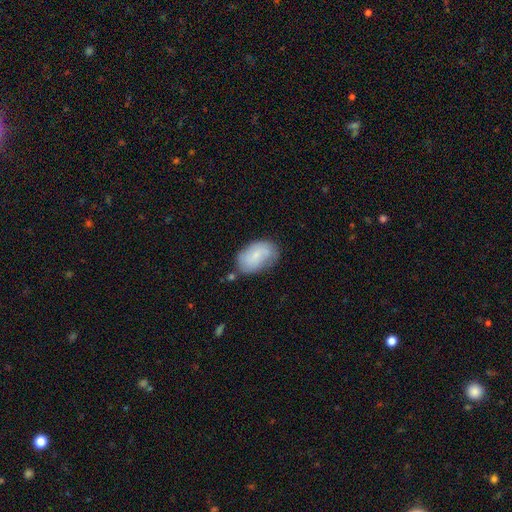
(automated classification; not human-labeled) Morphology: type=smooth (67%); roundness=in between (91%); merging=none (61%).